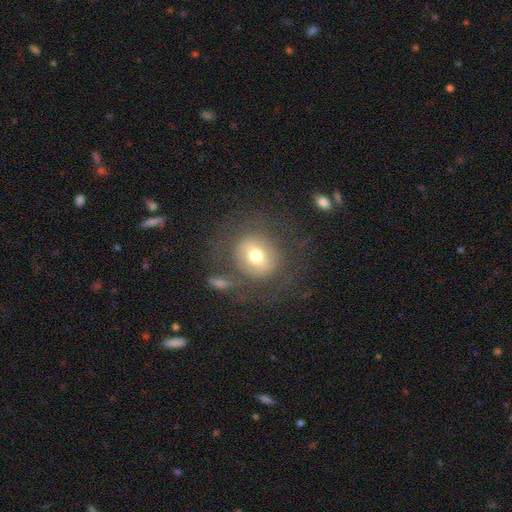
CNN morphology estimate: Smooth or featured? Predicted: smooth (p=0.58). How rounded? Predicted: round (p=0.80). Merging? Predicted: none (p=0.70).